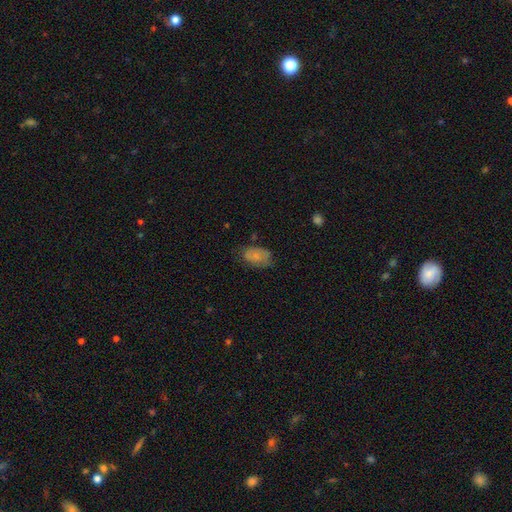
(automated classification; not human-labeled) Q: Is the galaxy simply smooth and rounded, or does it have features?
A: smooth — 69%.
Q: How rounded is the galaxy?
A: in between — 89%.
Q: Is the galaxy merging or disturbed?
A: none — 60%.